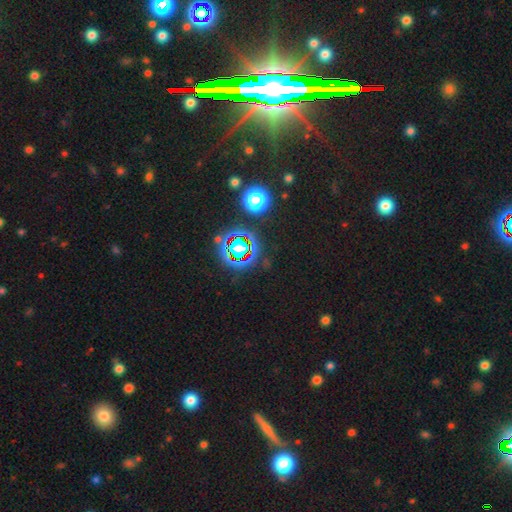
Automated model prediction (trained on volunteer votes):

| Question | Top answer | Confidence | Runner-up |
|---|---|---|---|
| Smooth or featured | star or artifact | 81% | featured or disk (10%) |